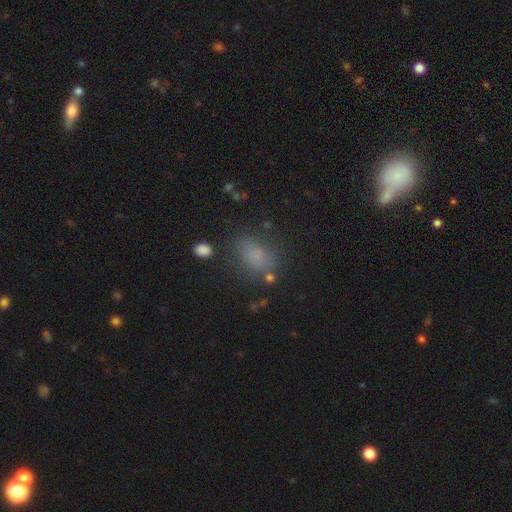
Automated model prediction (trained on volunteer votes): Q: Smooth or featured?
A: smooth (75%); runner-up: star or artifact (16%)
Q: How rounded?
A: in between (80%); runner-up: round (17%)
Q: Merging?
A: none (68%); runner-up: minor disturbance (18%)